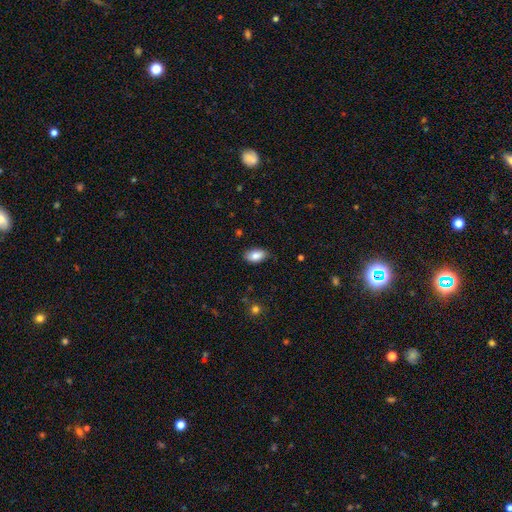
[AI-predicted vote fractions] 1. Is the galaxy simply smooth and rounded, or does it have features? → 85% smooth, 7% featured or disk, 7% star or artifact.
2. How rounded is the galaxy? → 93% in between, 4% round, 3% cigar-shaped.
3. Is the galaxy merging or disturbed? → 83% none, 13% minor disturbance, 2% major disturbance, 1% merger.